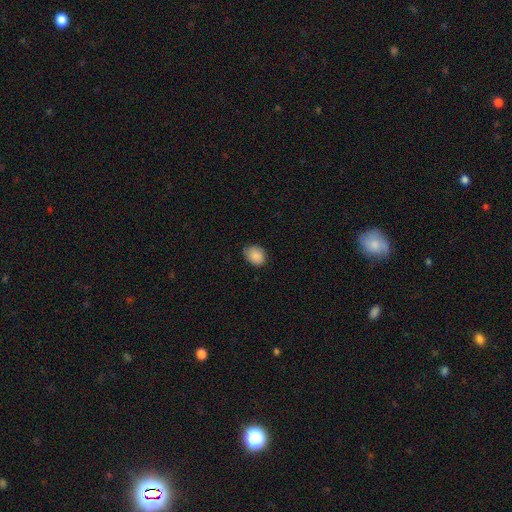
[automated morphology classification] type=smooth (88%); roundness=in between (55%); merging=none (76%).